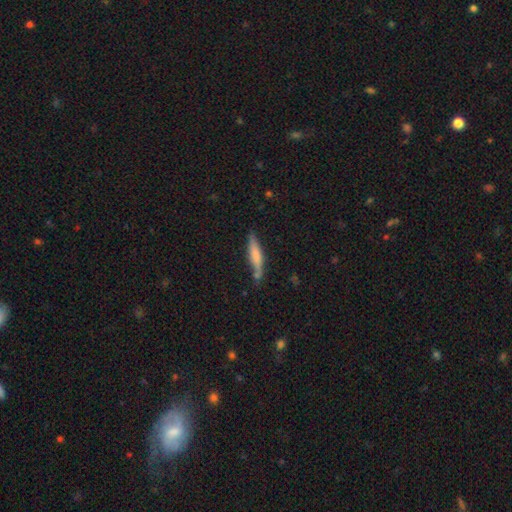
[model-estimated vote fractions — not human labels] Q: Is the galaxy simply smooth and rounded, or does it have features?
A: smooth — 65%.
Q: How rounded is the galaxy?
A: cigar-shaped — 85%.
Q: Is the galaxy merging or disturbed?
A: none — 69%.